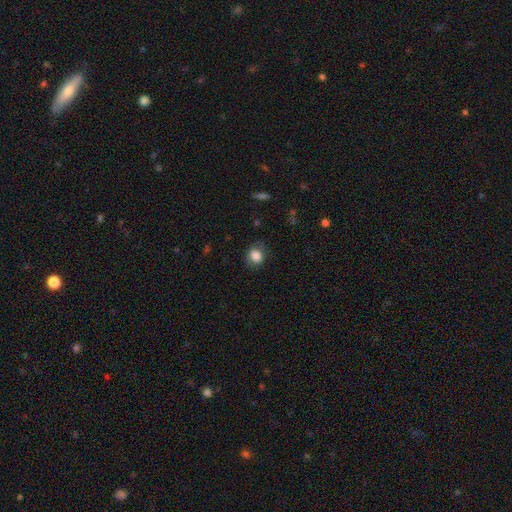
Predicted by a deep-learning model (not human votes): A smooth galaxy with no disk features (84%) that is round (61%). Merging: none (75%).